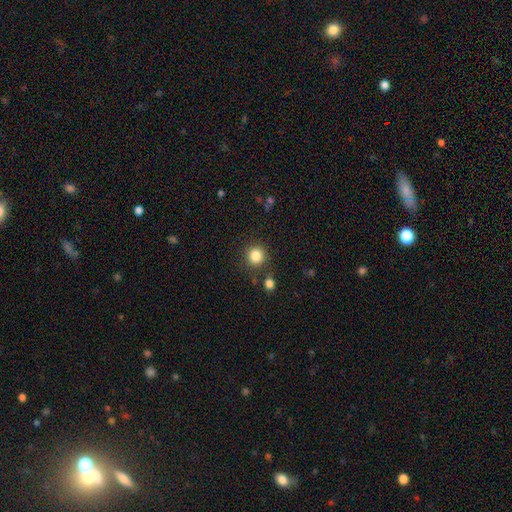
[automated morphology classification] This is clearly a smooth galaxy (84%). How rounded: clearly round (91%). Merging: clearly none (85%).